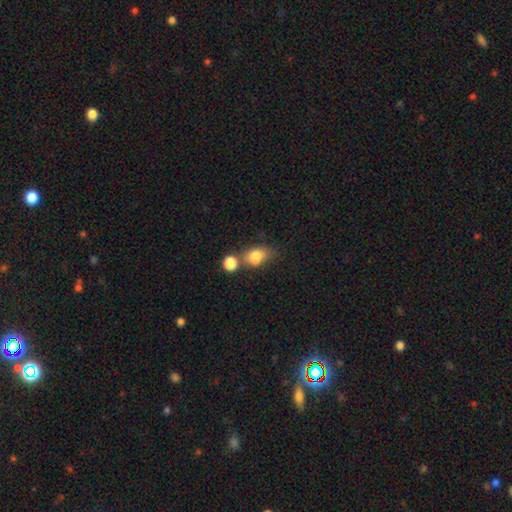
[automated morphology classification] The model was most divided on "merging": none: 41%, merger: 33%, minor disturbance: 18%, major disturbance: 8%. More confident: smooth or featured — smooth (77%); how rounded — in between (69%).